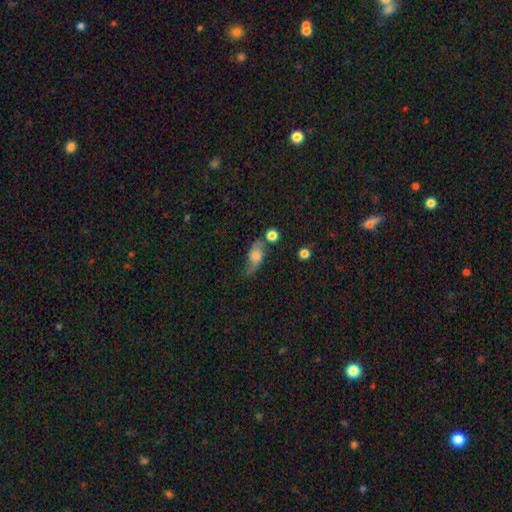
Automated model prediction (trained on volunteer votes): This appears to be a smooth galaxy with no disk features (54%) that is in between round and cigar-shaped (78%). Merging: none (48%).